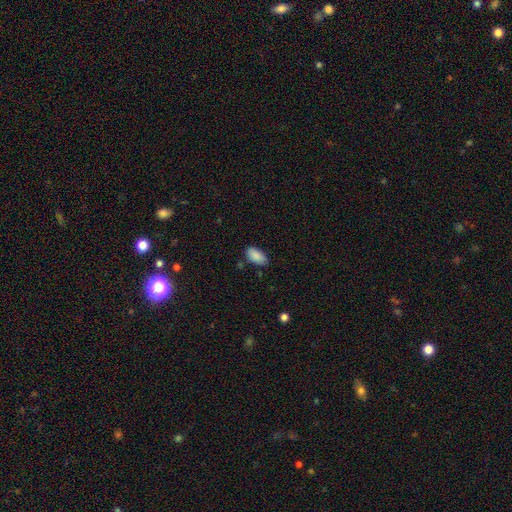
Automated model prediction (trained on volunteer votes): A smooth galaxy with no disk features (88%) that is in between round and cigar-shaped (94%). Merging: none (77%).